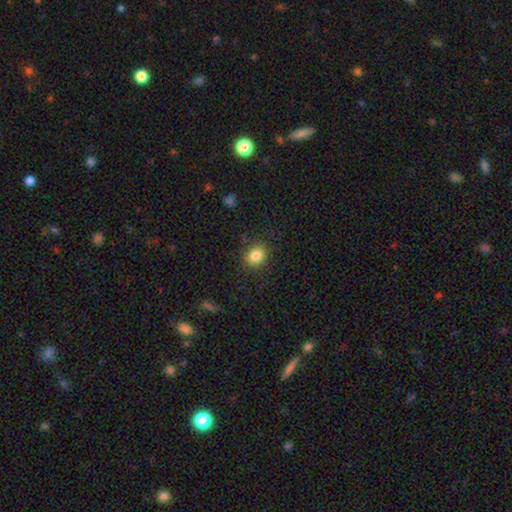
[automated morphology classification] A smooth galaxy with no disk features (84%) that is round (66%).

Vote fractions:
- Smooth or featured? smooth: 84% / star or artifact: 10% / featured or disk: 6%
- How rounded? round: 66% / in between: 33% / cigar-shaped: 1%
- Merging? none: 86% / minor disturbance: 10% / major disturbance: 3% / merger: 1%